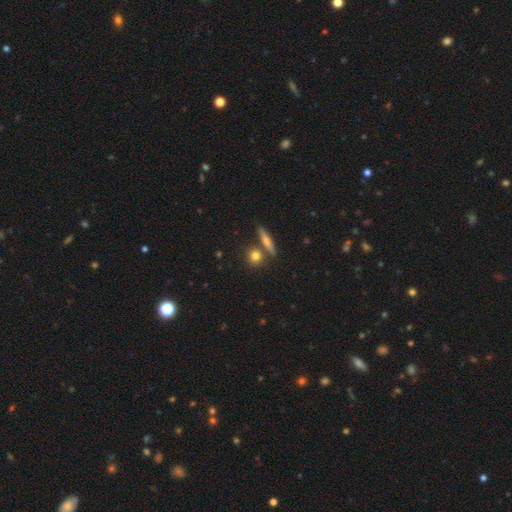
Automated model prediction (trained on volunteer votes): Smooth or featured? Predicted: smooth (p=0.77). How rounded? Predicted: round (p=0.72). Merging? Predicted: none (p=0.72).